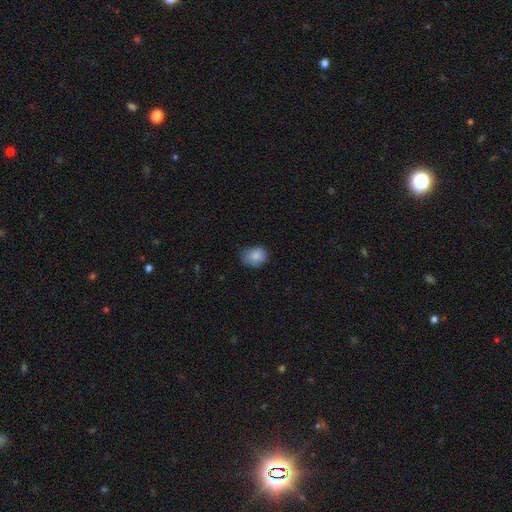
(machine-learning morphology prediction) smooth 85%, star or artifact 8%, featured or disk 7%. Down the decision tree: how rounded — round (50%); merging — none (66%).